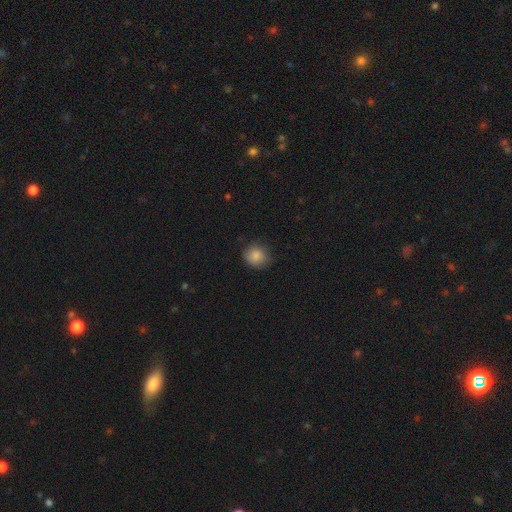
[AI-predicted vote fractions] Smooth or featured? Predicted: smooth (p=0.85). How rounded? Predicted: round (p=0.83). Merging? Predicted: none (p=0.82).